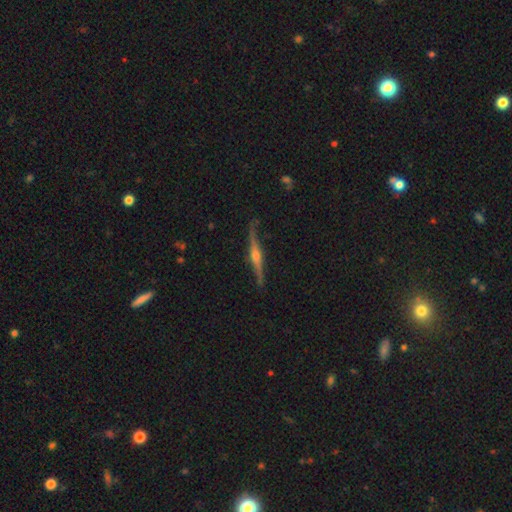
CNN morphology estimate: smooth_or_featured: featured or disk (p=0.85) [alt: smooth p=0.09]
disk_edge_on: yes (p=0.97) [alt: no p=0.03]
edge_on_bulge: rounded (p=0.90) [alt: boxy p=0.06]
merging: none (p=0.85) [alt: minor disturbance p=0.12]